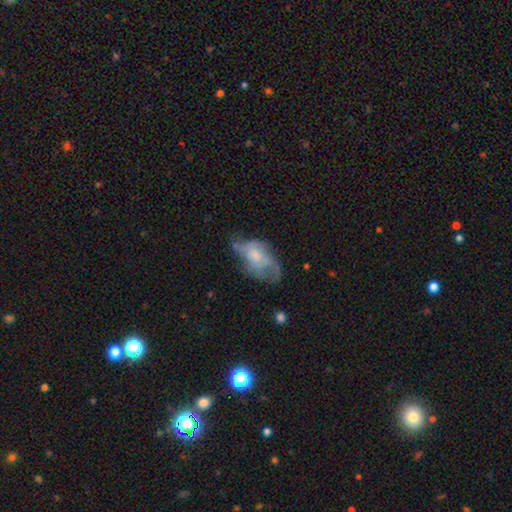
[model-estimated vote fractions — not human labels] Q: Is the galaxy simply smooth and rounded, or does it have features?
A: featured or disk — 51%.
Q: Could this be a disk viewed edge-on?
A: no — 94%.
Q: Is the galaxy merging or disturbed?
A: major disturbance — 35%.